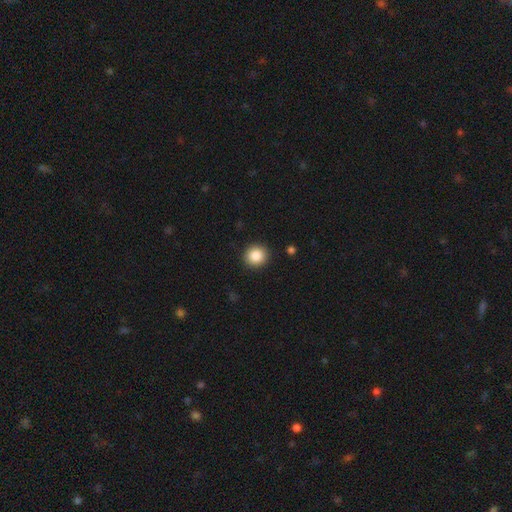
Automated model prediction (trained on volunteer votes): A smooth galaxy with no disk features (86%) that is round (92%). Merging: none (92%).